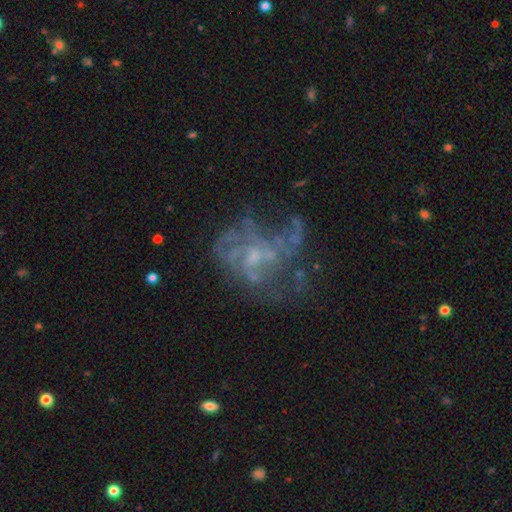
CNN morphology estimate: A featured or disk galaxy (72%) with no bar (71%), no spiral arms (52%) and a small central bulge (40%).

Vote fractions:
- Smooth or featured? featured or disk: 72% / star or artifact: 14% / smooth: 13%
- Edge-on disk? no: 98% / yes: 2%
- Bar? no: 71% / weak: 25% / strong: 4%
- Spiral arms? no: 52% / yes: 48%
- Bulge size? small: 40% / none: 31% / moderate: 26% / large: 2% / dominant: 1%
- Merging? major disturbance: 39% / none: 36% / minor disturbance: 17% / merger: 9%